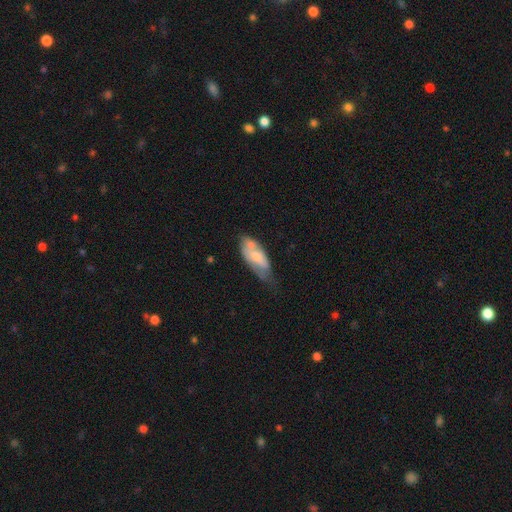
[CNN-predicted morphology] This is possibly a smooth galaxy (56%). How rounded: clearly in between (81%). Merging: marginally minor disturbance (36%).